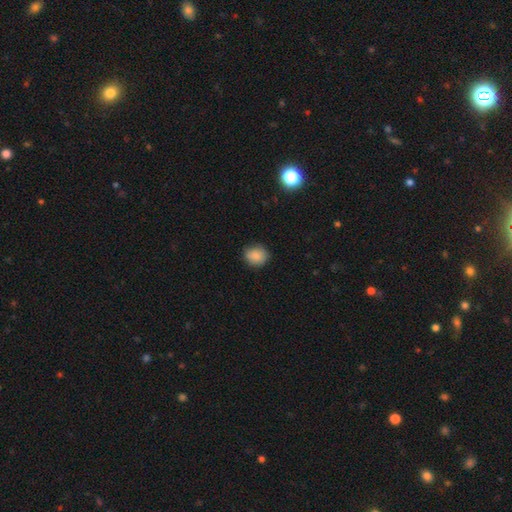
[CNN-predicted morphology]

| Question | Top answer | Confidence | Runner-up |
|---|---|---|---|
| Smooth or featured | smooth | 85% | star or artifact (9%) |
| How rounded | round | 78% | in between (21%) |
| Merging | none | 82% | minor disturbance (14%) |